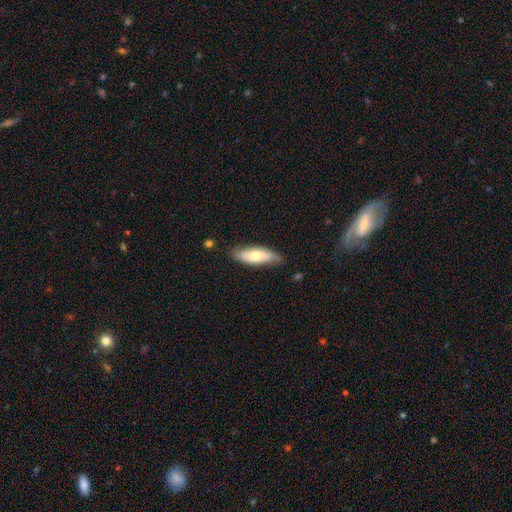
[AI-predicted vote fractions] Smooth or featured: smooth — 59% (featured or disk — 35%)
How rounded: in between — 64% (cigar-shaped — 34%)
Merging: none — 74% (minor disturbance — 21%)